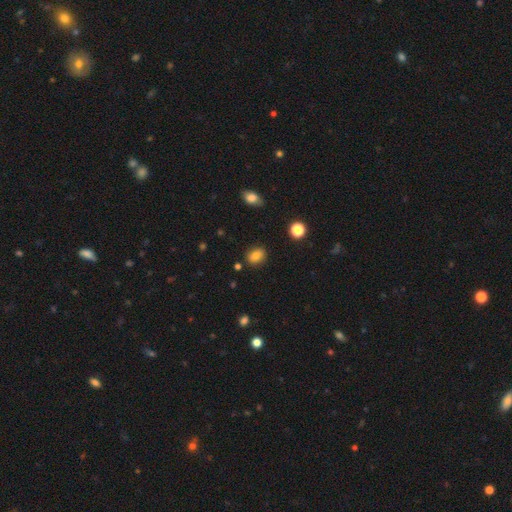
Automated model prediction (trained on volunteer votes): smooth_or_featured: smooth (p=0.81) [alt: star or artifact p=0.11]
how_rounded: in between (p=0.57) [alt: round p=0.42]
merging: none (p=0.83) [alt: minor disturbance p=0.12]